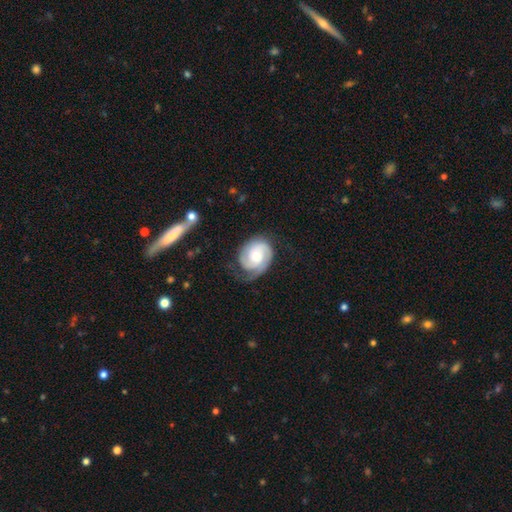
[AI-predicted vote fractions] smooth-or-featured: featured or disk: 78% | smooth: 17% | star or artifact: 5%
  disk-edge-on: no: 97% | yes: 3%
    bar: no: 66% | weak: 28% | strong: 6%
    has-spiral-arms: yes: 95% | no: 5%
      spiral-winding: tight: 56% | medium: 33% | loose: 11%
      spiral-arm-count: 2: 54% | 1: 16% | can't tell: 14% | 3: 12% | 4: 2% | more than 4: 2%
    bulge-size: moderate: 57% | small: 37% | large: 4% | none: 1% | dominant: 1%
  merging: none: 58% | minor disturbance: 26% | major disturbance: 15% | merger: 1%